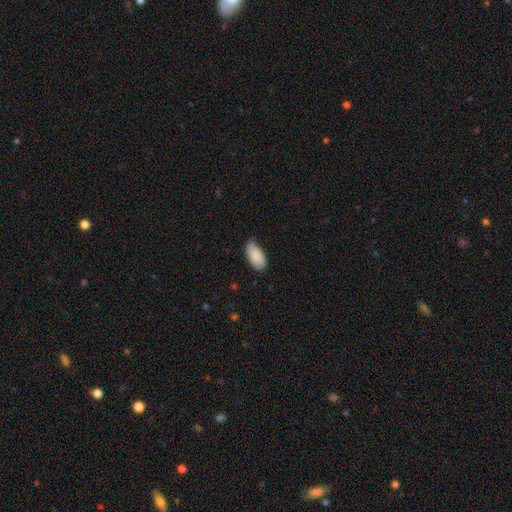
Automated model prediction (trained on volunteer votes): smooth_or_featured: smooth (p=0.88) [alt: featured or disk p=0.06]
how_rounded: in between (p=0.94) [alt: cigar-shaped p=0.03]
merging: none (p=0.64) [alt: minor disturbance p=0.31]